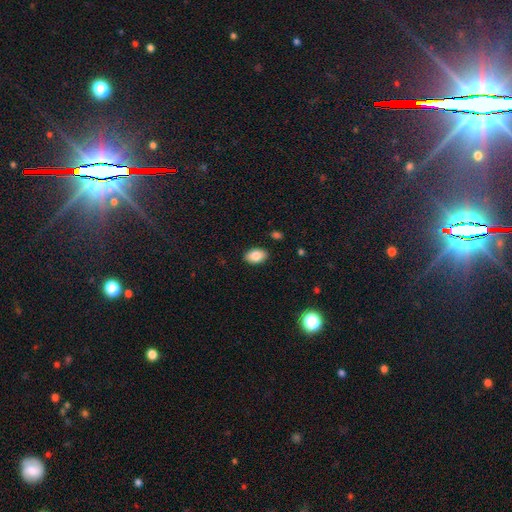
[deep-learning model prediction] Smooth or featured?
  - smooth: 85% *
  - featured or disk: 8%
  - star or artifact: 7%
How rounded?
  - in between: 90% *
  - round: 9%
  - cigar-shaped: 1%
Merging?
  - none: 89% *
  - minor disturbance: 8%
  - major disturbance: 2%
  - merger: 1%